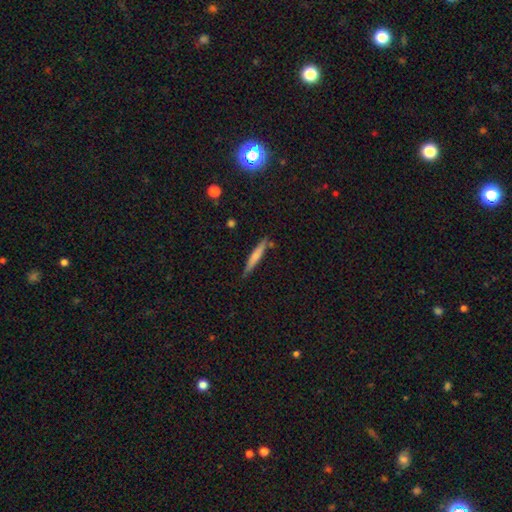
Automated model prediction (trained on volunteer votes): Smooth or featured? smooth (66%)
How rounded? cigar-shaped (94%)
Merging? none (82%)